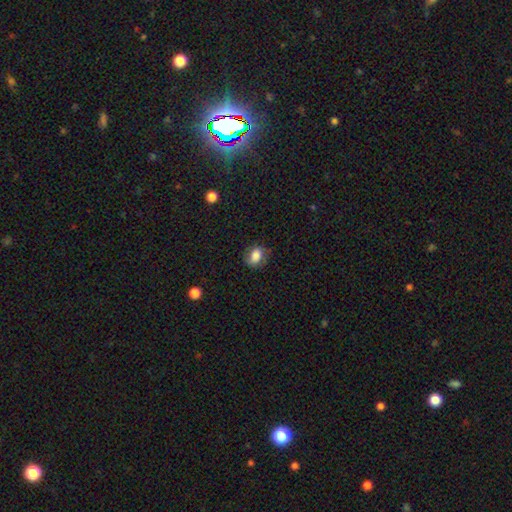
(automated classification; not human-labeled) This is likely a smooth galaxy (73%). How rounded: likely in between (64%). Merging: likely none (71%).